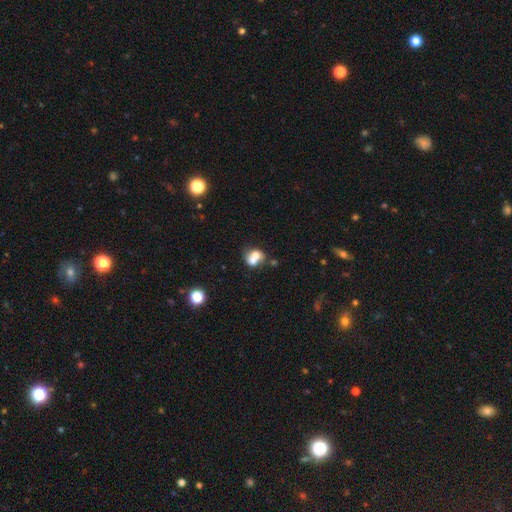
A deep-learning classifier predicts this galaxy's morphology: Overall: smooth (64%; featured or disk 26%). How rounded: round (63%; in between 36%). Merging: merger (65%).